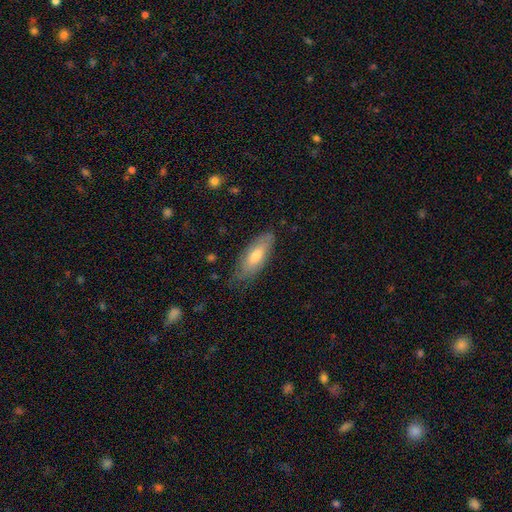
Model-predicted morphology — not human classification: A smooth galaxy with no disk features (65%) that is in between round and cigar-shaped (72%). Merging: none (71%).